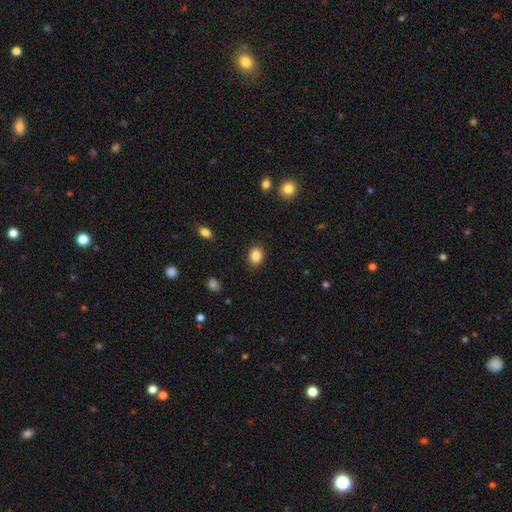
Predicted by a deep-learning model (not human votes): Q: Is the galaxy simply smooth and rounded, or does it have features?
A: smooth — 87%.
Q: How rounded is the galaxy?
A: in between — 65%.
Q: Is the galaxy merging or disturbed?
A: none — 88%.